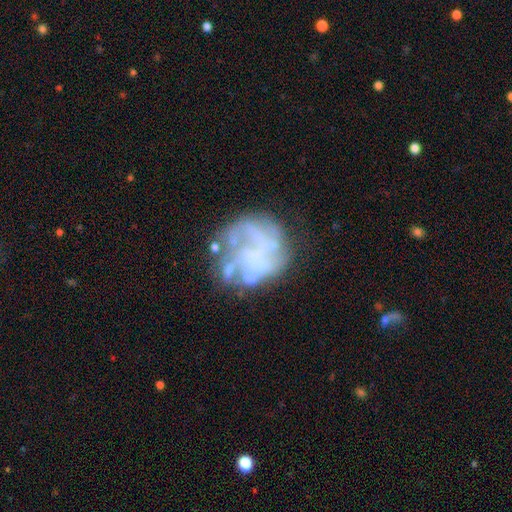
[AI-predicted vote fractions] This is likely a featured or disk galaxy (69%). It is clearly not viewed edge-on (98%). Bar: clearly no (83%). Spiral arm pattern: possibly no (52%). Central bulge: likely none (76%). Merging: possibly none (54%).